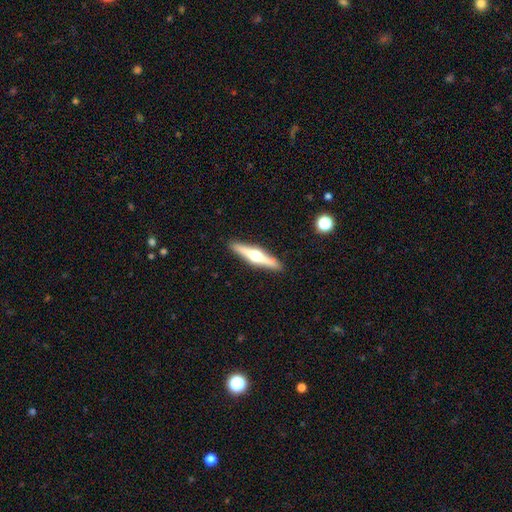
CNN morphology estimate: This is likely a featured or disk galaxy (71%). It is clearly viewed edge-on (97%). Edge-on bulge: clearly rounded (95%). Merging: clearly none (91%).